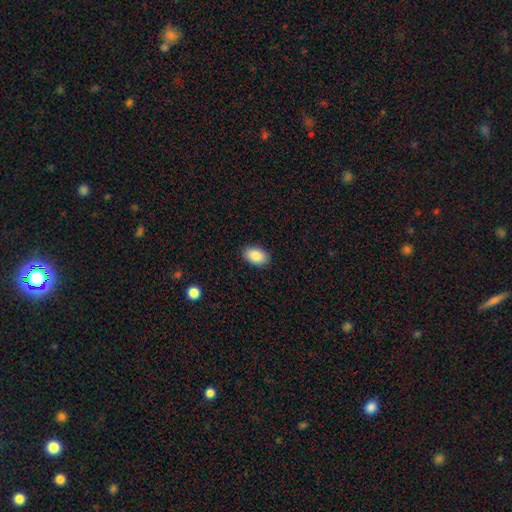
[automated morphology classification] Smooth or featured: smooth — 88% (star or artifact — 7%)
How rounded: in between — 91% (round — 8%)
Merging: none — 89% (minor disturbance — 8%)